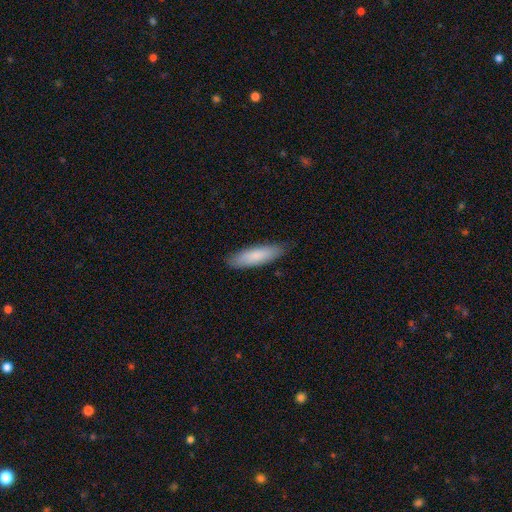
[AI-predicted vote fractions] smooth_or_featured: smooth (p=0.81) [alt: featured or disk p=0.14]
how_rounded: cigar-shaped (p=0.59) [alt: in between p=0.39]
merging: none (p=0.84) [alt: minor disturbance p=0.13]